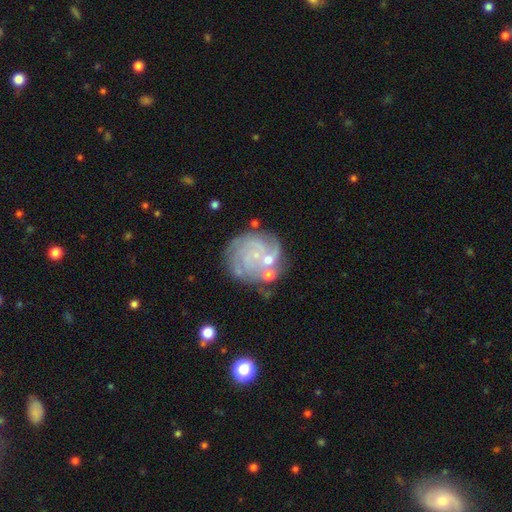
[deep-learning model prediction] featured or disk 80%, smooth 12%, star or artifact 8%. Down the decision tree: edge-on disk — no (98%); bar — no (76%); spiral arms — yes (92%); spiral arm count — can't tell (27%); spiral winding — tight (65%); bulge size — small (75%); merging — none (65%).